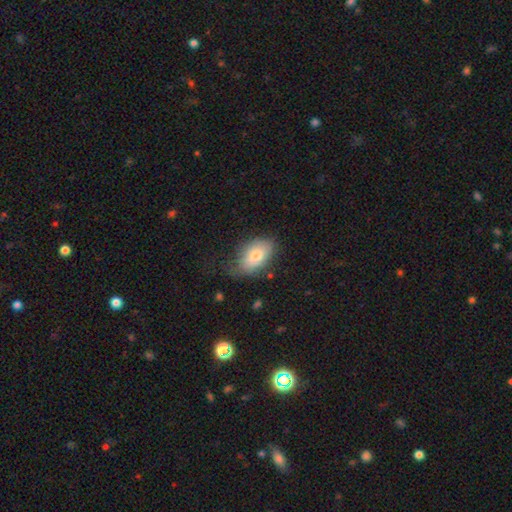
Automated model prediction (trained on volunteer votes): This appears to be a smooth galaxy with no disk features (77%) that is in between round and cigar-shaped (91%). Merging: none (56%).